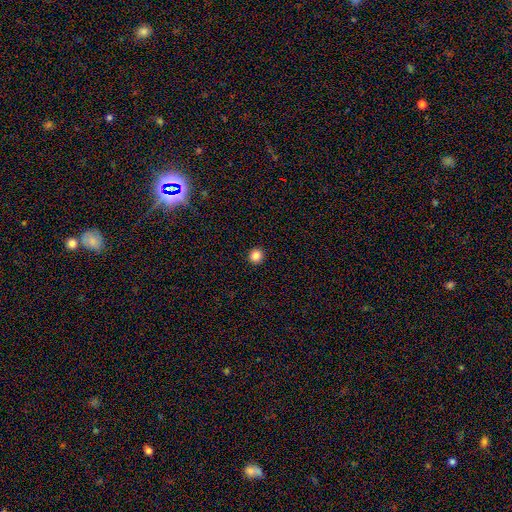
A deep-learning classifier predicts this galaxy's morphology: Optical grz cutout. It shows a smooth galaxy with no disk features (86%) that is round (95%). Merging: none (94%).